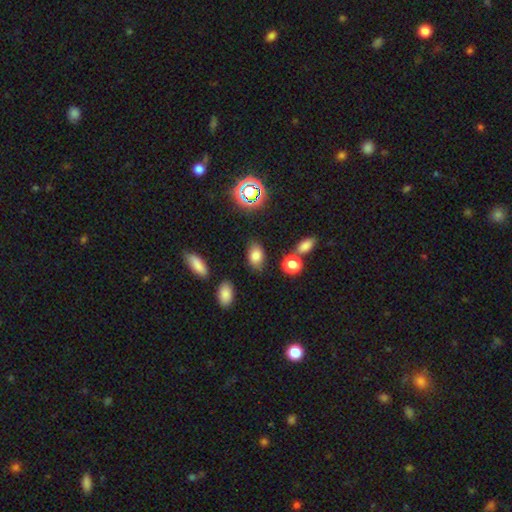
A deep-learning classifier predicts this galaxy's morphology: type=smooth (78%); roundness=in between (85%); merging=none (76%).